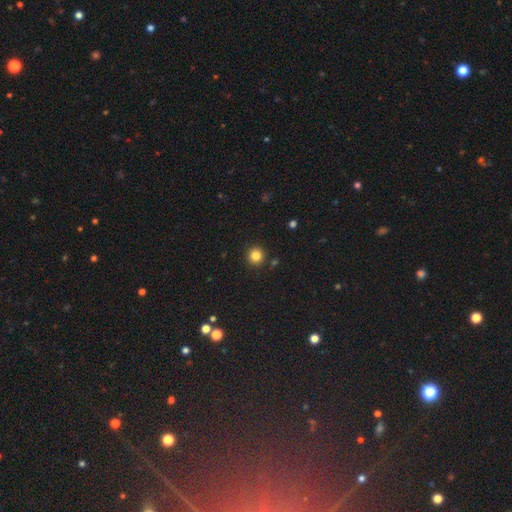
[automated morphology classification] Smooth or featured? Predicted: smooth (p=0.84). How rounded? Predicted: round (p=0.95). Merging? Predicted: none (p=0.91).